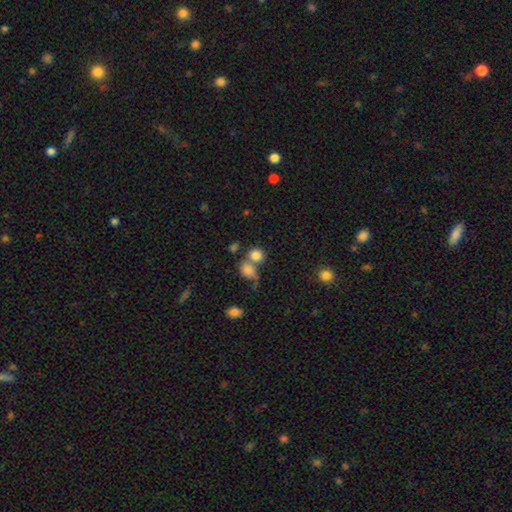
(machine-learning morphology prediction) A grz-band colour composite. It shows a smooth galaxy with no disk features (82%) that is round (74%). Merging: none (44%).